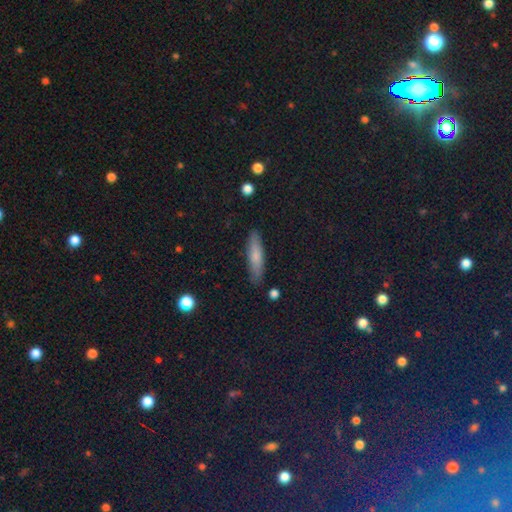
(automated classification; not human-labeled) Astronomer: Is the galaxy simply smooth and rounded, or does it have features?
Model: smooth — 71%.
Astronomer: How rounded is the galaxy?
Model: cigar-shaped — 75%.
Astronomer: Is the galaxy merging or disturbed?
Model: none — 88%.